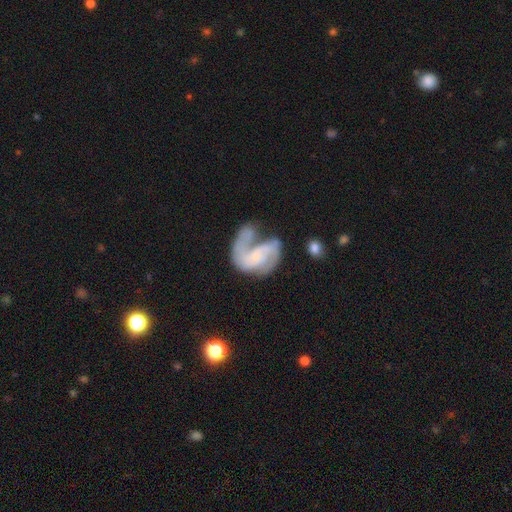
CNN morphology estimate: Overall: featured or disk (77%). Edge-on disk: no (98%). Bar: no (56%; weak 32%). Spiral arms: yes (88%). Spiral arm count: 2 (67%). Spiral winding: medium (41%; loose 40%). Bulge size: none (50%; small 31%). Merging: major disturbance (37%; none 28%).